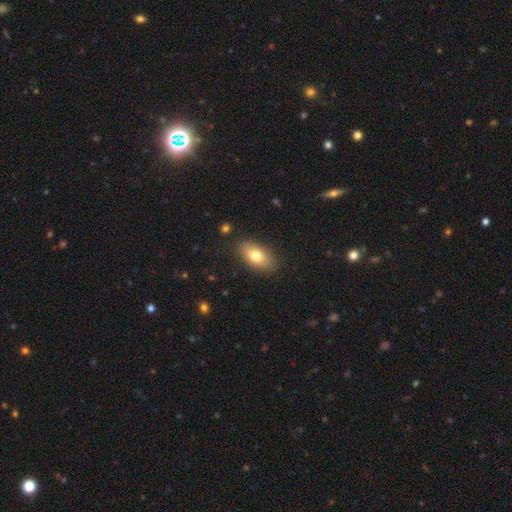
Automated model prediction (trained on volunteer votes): Smooth or featured?
  - smooth: 76% *
  - featured or disk: 16%
  - star or artifact: 8%
How rounded?
  - in between: 90% *
  - round: 5%
  - cigar-shaped: 4%
Merging?
  - none: 86% *
  - minor disturbance: 10%
  - major disturbance: 3%
  - merger: 1%